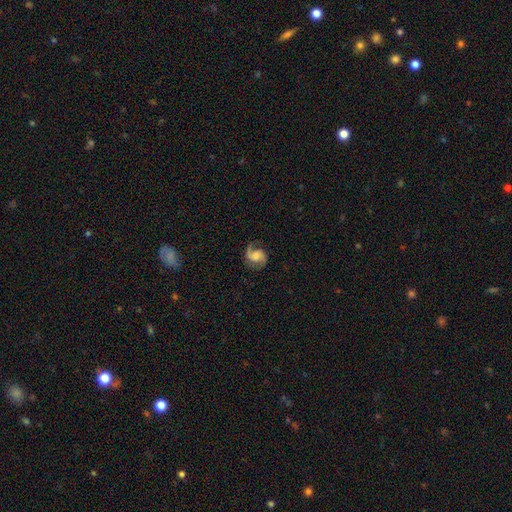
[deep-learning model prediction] Smooth or featured? featured or disk (82%)
Edge-on disk? no (98%)
Bar? no (52%)
Spiral arms? yes (97%)
Spiral winding? medium (51%)
Spiral arm count? 2 (87%)
Bulge size? moderate (35%)
Merging? none (76%)